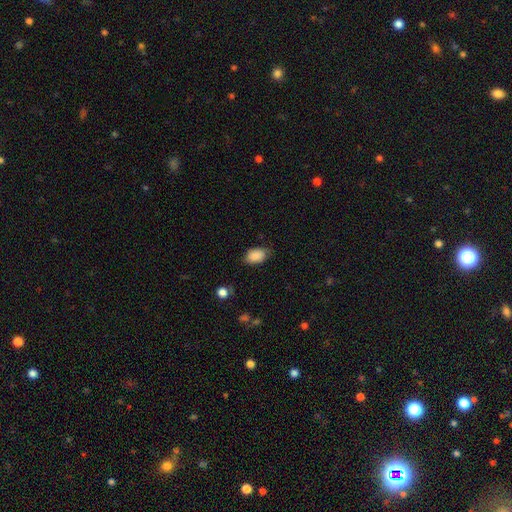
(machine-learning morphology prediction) Q: Smooth or featured?
A: smooth (89%); runner-up: star or artifact (7%)
Q: How rounded?
A: in between (90%); runner-up: round (9%)
Q: Merging?
A: none (75%); runner-up: minor disturbance (19%)